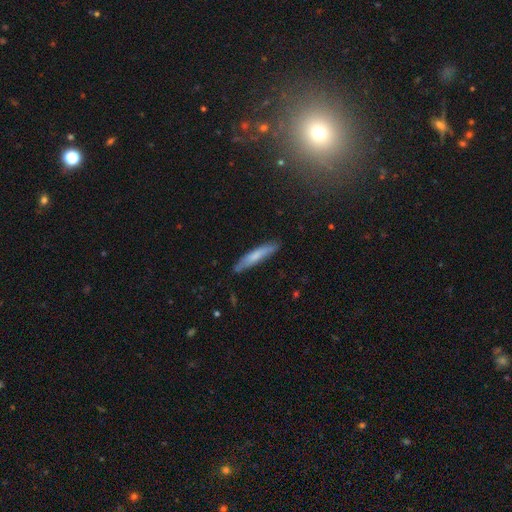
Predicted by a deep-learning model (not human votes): Smooth or featured?
  - smooth: 68% *
  - featured or disk: 26%
  - star or artifact: 6%
How rounded?
  - cigar-shaped: 91% *
  - in between: 8%
  - round: 1%
Merging?
  - none: 83% *
  - minor disturbance: 13%
  - major disturbance: 2%
  - merger: 2%